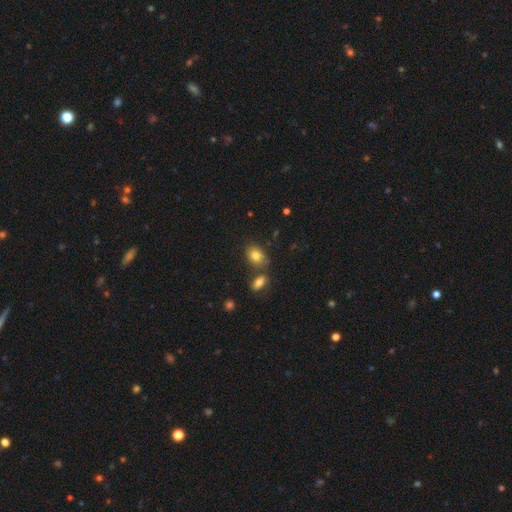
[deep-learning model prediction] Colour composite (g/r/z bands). It shows a smooth galaxy with no disk features (81%) that is in between round and cigar-shaped (77%). Merging: none (66%).